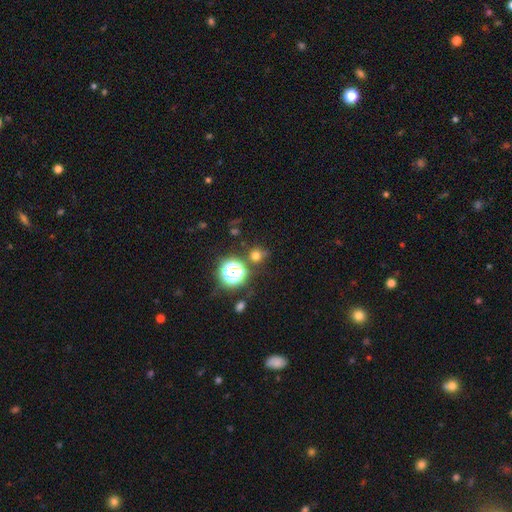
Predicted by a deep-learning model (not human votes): A smooth galaxy with no disk features (64%) that is round (90%).

Vote fractions:
- Smooth or featured? smooth: 64% / star or artifact: 29% / featured or disk: 7%
- How rounded? round: 90% / in between: 9% / cigar-shaped: 1%
- Merging? none: 77% / minor disturbance: 10% / merger: 9% / major disturbance: 4%